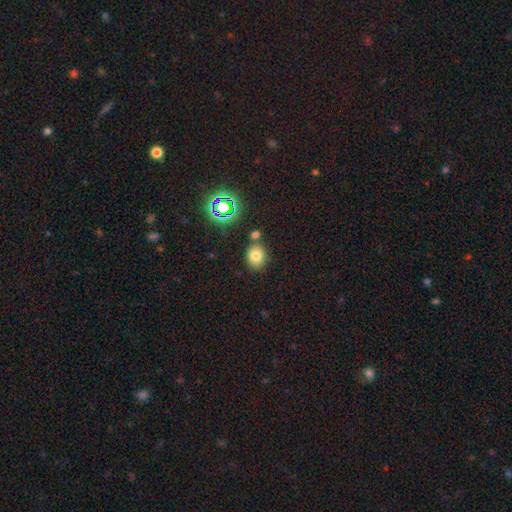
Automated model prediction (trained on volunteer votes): Overall: smooth (75%). How rounded: round (58%; in between 41%). Merging: none (72%).